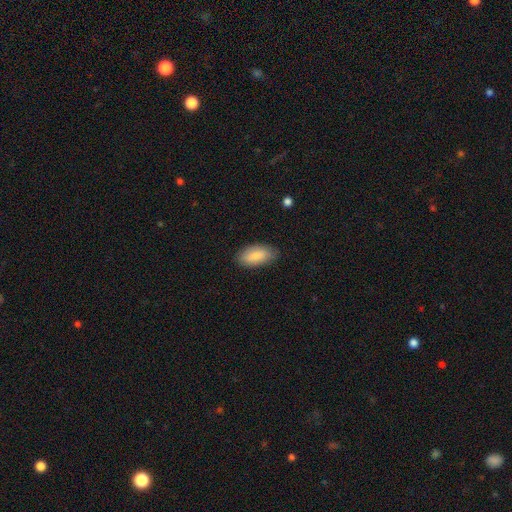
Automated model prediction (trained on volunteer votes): This appears to be a smooth galaxy with no disk features (84%) that is in between round and cigar-shaped (91%). Merging: none (82%).